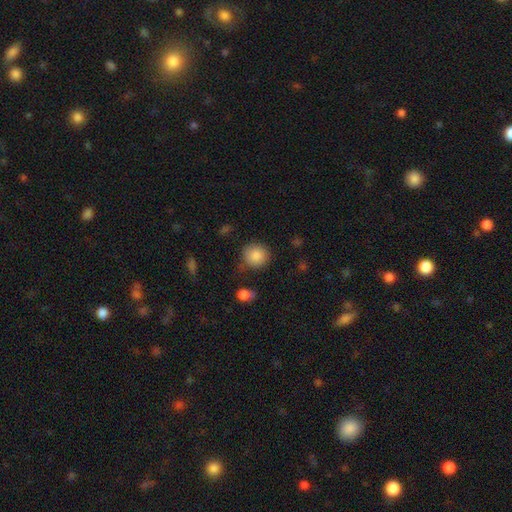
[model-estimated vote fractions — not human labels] A smooth galaxy with no disk features (86%) that is round (90%). Merging: none (80%).